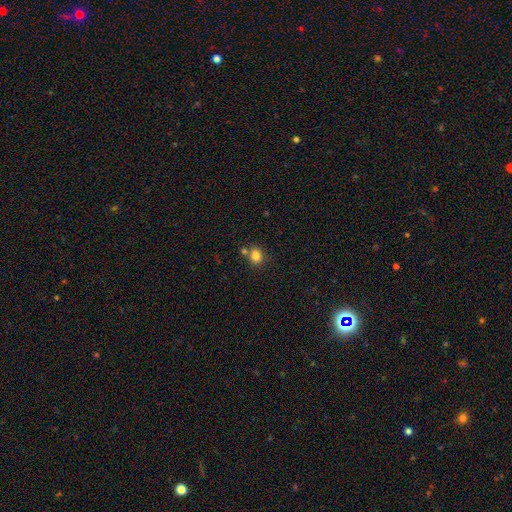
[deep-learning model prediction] The model was most divided on "how rounded": round: 66%, in between: 33%, cigar-shaped: 1%. More confident: smooth or featured — smooth (82%); merging — none (64%).